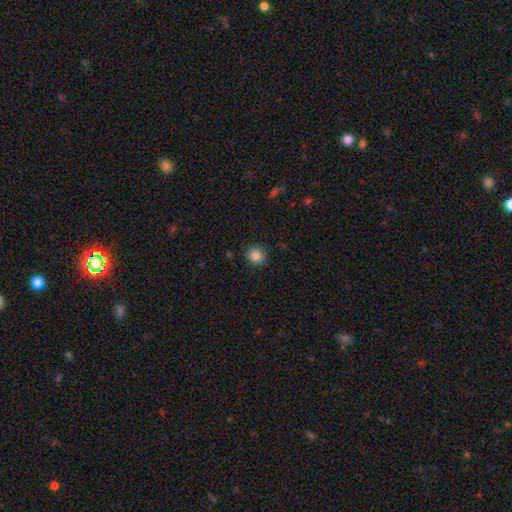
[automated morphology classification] Smooth or featured? smooth (85%)
How rounded? round (91%)
Merging? none (88%)